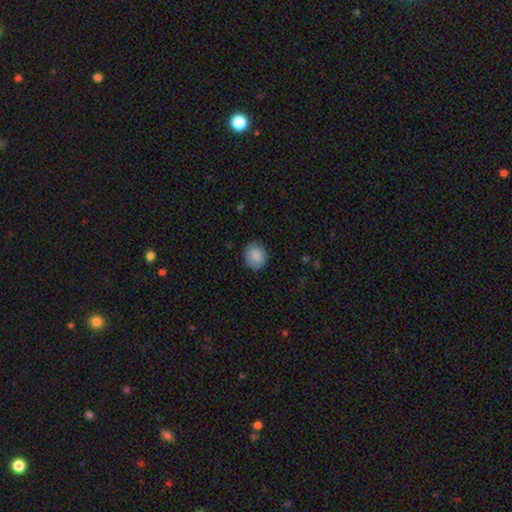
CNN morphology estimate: Smooth or featured? smooth (88%)
How rounded? round (70%)
Merging? none (85%)